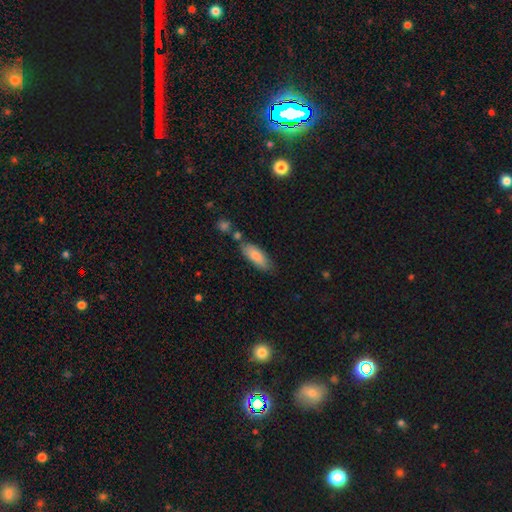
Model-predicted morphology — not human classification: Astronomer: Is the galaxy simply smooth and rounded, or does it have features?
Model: smooth — 82%.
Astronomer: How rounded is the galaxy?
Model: in between — 69%.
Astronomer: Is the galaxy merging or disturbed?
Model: none — 69%.